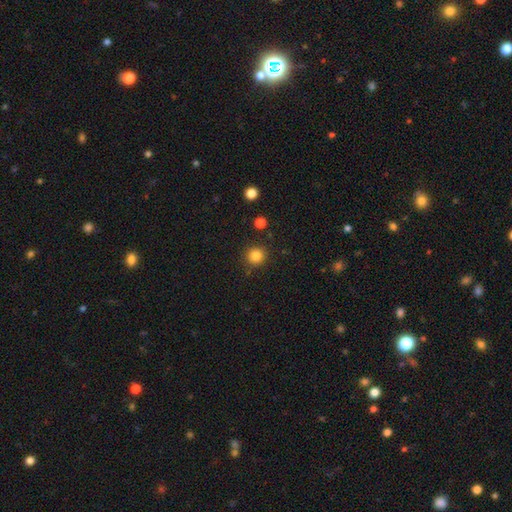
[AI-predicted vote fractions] A smooth galaxy with no disk features (84%) that is round (92%).

Vote fractions:
- Smooth or featured? smooth: 84% / star or artifact: 12% / featured or disk: 4%
- How rounded? round: 92% / in between: 7% / cigar-shaped: 1%
- Merging? none: 88% / minor disturbance: 8% / major disturbance: 2% / merger: 2%